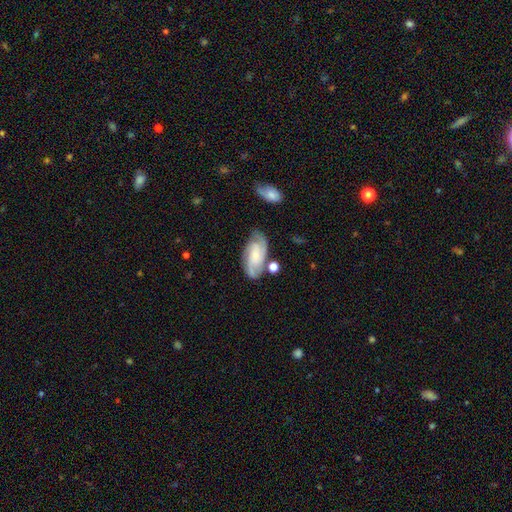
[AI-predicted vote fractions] featured or disk 76%, smooth 18%, star or artifact 6%. Down the decision tree: edge-on disk — no (96%); bar — no (59%); spiral arms — yes (96%); spiral arm count — 2 (53%); spiral winding — tight (49%); bulge size — small (55%); merging — none (69%).